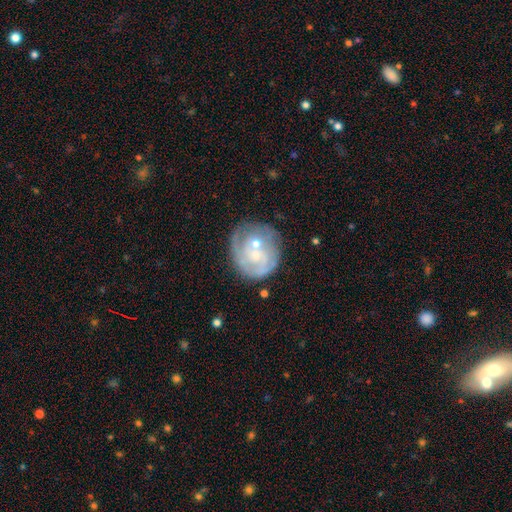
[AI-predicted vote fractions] smooth-or-featured: featured or disk: 68% | smooth: 25% | star or artifact: 7%
  disk-edge-on: no: 98% | yes: 2%
    bar: no: 75% | weak: 21% | strong: 4%
    has-spiral-arms: yes: 73% | no: 27%
    bulge-size: small: 57% | moderate: 35% | none: 5% | large: 2% | dominant: 1%
  merging: none: 55% | minor disturbance: 18% | merger: 17% | major disturbance: 9%